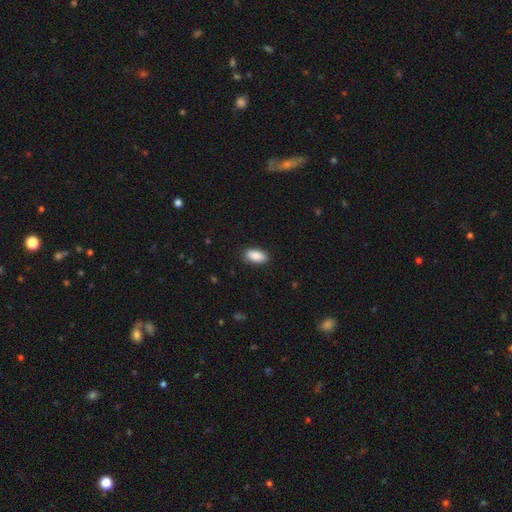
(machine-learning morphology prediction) type=smooth (89%); roundness=in between (92%); merging=none (88%).